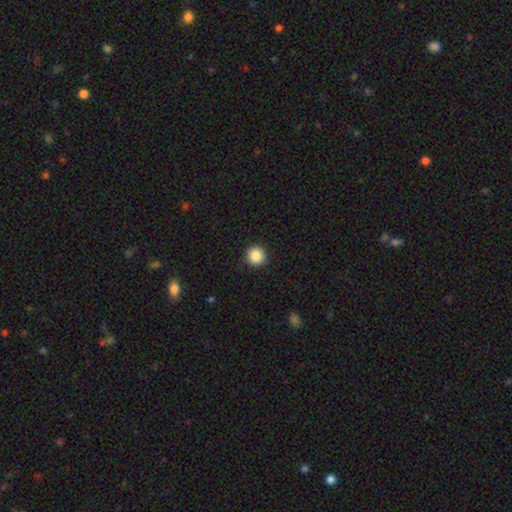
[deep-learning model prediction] This is clearly a smooth galaxy (87%). How rounded: clearly round (96%). Merging: clearly none (92%).